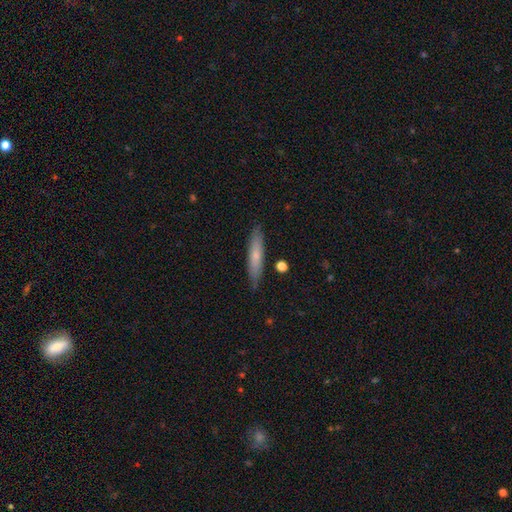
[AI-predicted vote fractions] smooth-or-featured: smooth: 64% | featured or disk: 30% | star or artifact: 6%
  how-rounded: cigar-shaped: 88% | in between: 11% | round: 2%
  merging: none: 86% | minor disturbance: 10% | merger: 2% | major disturbance: 2%